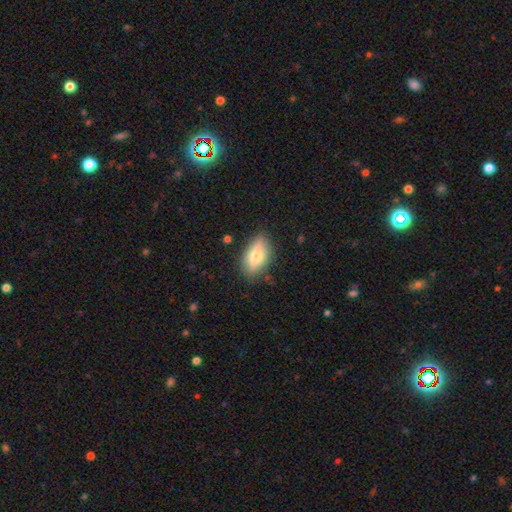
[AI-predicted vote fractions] Smooth or featured: smooth — 59% (featured or disk — 33%)
How rounded: in between — 83% (cigar-shaped — 12%)
Merging: none — 80% (minor disturbance — 15%)